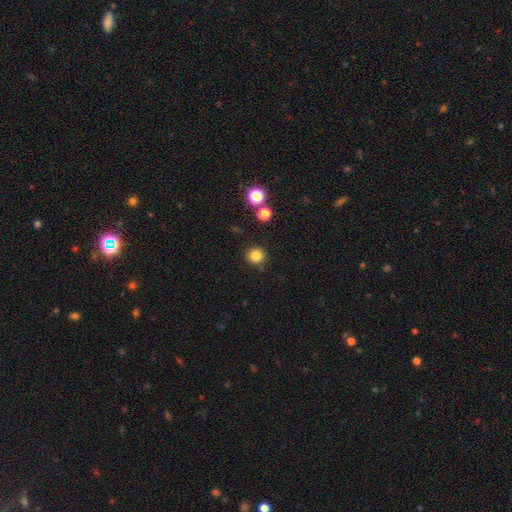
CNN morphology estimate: A smooth galaxy with no disk features (83%) that is round (92%).

Vote fractions:
- Smooth or featured? smooth: 83% / star or artifact: 13% / featured or disk: 4%
- How rounded? round: 92% / in between: 7% / cigar-shaped: 1%
- Merging? none: 88% / minor disturbance: 7% / major disturbance: 2% / merger: 2%